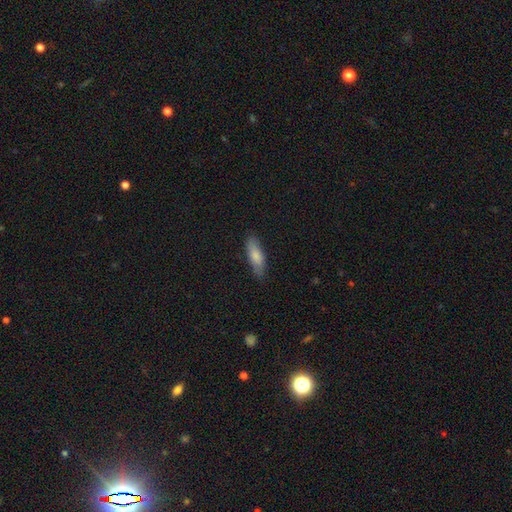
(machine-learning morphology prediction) Smooth or featured? smooth (81%)
How rounded? in between (60%)
Merging? none (80%)